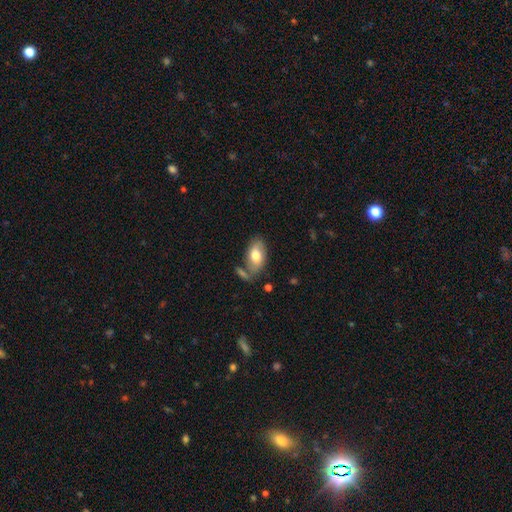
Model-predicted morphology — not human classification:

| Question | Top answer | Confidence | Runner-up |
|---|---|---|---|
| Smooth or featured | smooth | 67% | featured or disk (27%) |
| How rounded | in between | 92% | round (6%) |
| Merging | none | 63% | minor disturbance (19%) |